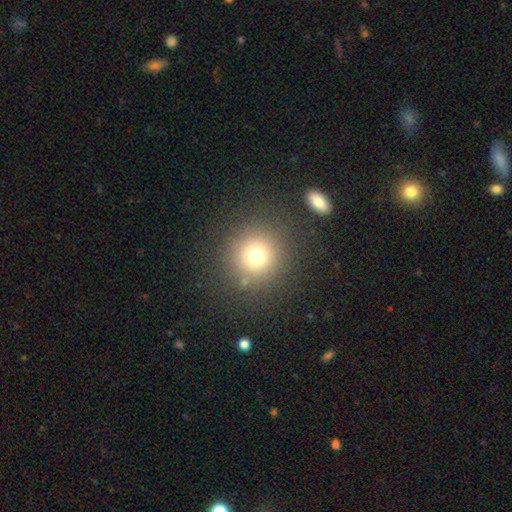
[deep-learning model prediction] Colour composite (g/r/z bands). It shows a smooth galaxy with no disk features (73%) that is round (94%). Merging: none (86%).